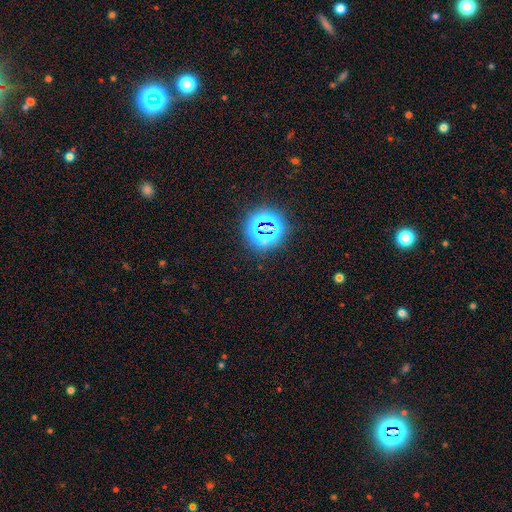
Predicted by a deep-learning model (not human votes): star or artifact 75%, smooth 18%, featured or disk 8%.